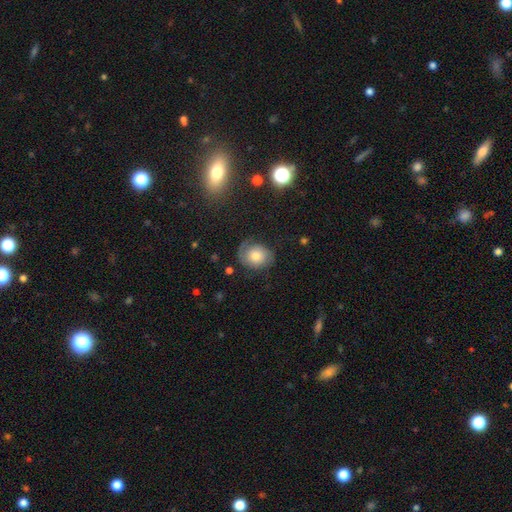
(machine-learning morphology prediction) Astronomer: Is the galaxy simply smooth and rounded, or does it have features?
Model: smooth — 48% (runner-up: featured or disk, 42%).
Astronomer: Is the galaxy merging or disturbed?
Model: none — 64%.